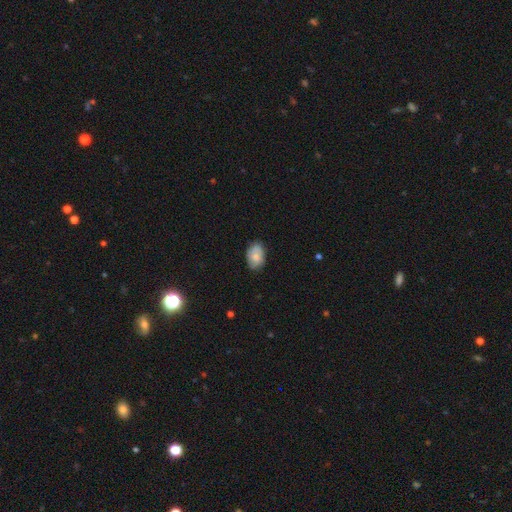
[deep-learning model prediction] This is likely a smooth galaxy (72%). How rounded: clearly in between (86%). Merging: likely none (75%).